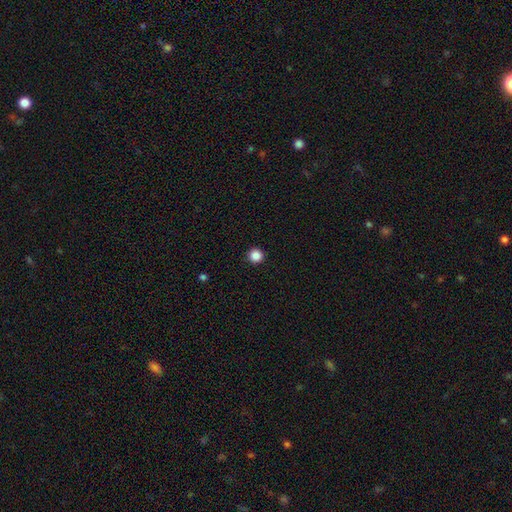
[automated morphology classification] smooth-or-featured: smooth: 86% | star or artifact: 11% | featured or disk: 3%
  how-rounded: round: 96% | in between: 3% | cigar-shaped: 1%
  merging: none: 94% | minor disturbance: 4% | major disturbance: 1% | merger: 1%